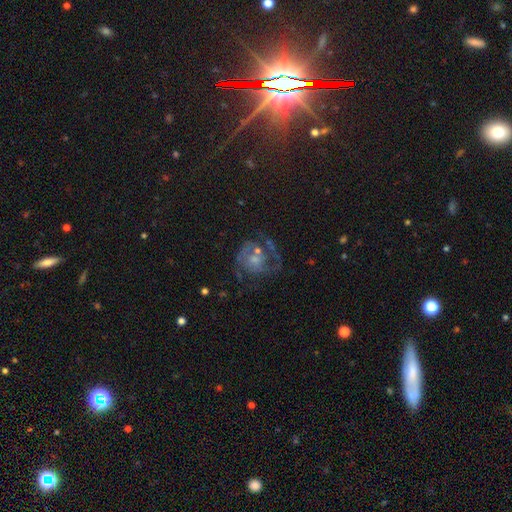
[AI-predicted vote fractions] A featured or disk galaxy (70%) with no bar (74%), 2 (39%) medium (44%) spiral arms (76%) and a small central bulge (48%). Merging: none (46%).